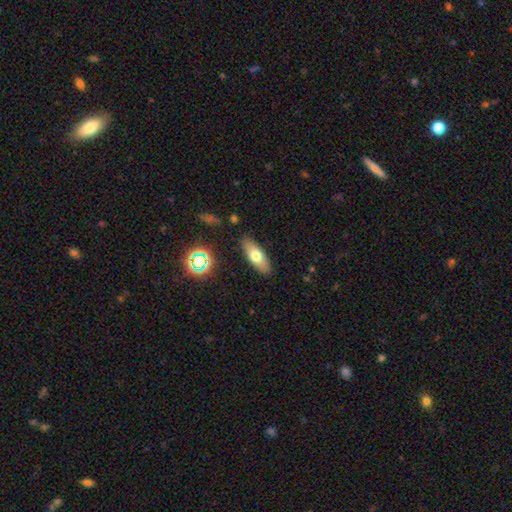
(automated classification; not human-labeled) smooth 66%, featured or disk 25%, star or artifact 9%. Down the decision tree: how rounded — in between (69%); merging — none (87%).